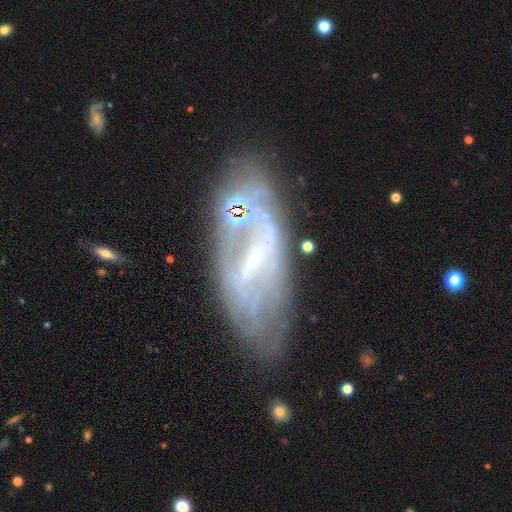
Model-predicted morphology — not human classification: smooth_or_featured: featured or disk (p=0.75) [alt: smooth p=0.16]
disk_edge_on: no (p=0.89) [alt: yes p=0.11]
bar: strong (p=0.42) [alt: weak p=0.37]
has_spiral_arms: yes (p=0.60) [alt: no p=0.40]
bulge_size: small (p=0.51) [alt: none p=0.27]
merging: none (p=0.59) [alt: minor disturbance p=0.22]